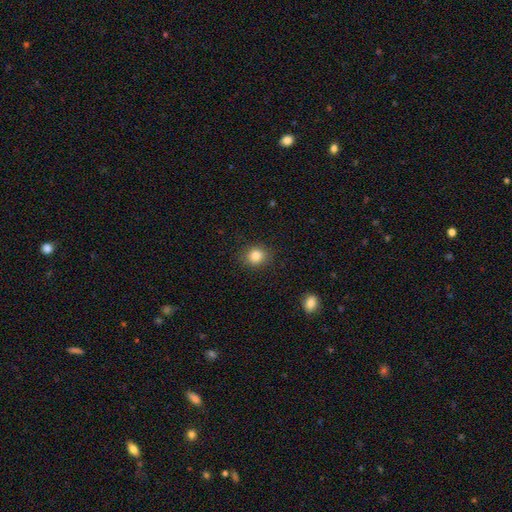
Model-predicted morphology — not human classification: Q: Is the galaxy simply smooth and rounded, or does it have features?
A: smooth — 85%.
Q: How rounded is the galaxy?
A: round — 78%.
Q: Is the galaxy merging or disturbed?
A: none — 88%.